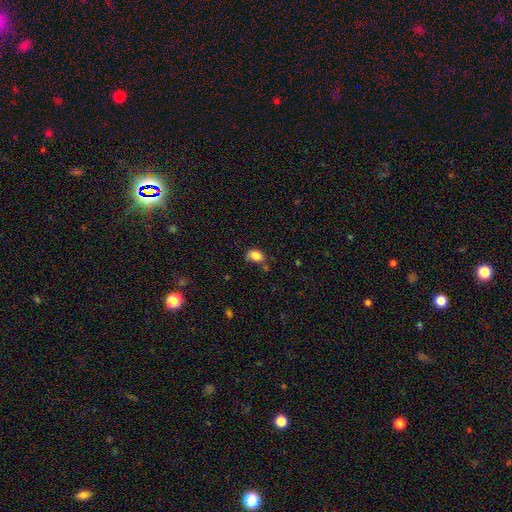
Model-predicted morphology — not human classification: Q: Smooth or featured?
A: smooth (85%); runner-up: star or artifact (9%)
Q: How rounded?
A: in between (79%); runner-up: round (19%)
Q: Merging?
A: none (61%); runner-up: minor disturbance (25%)